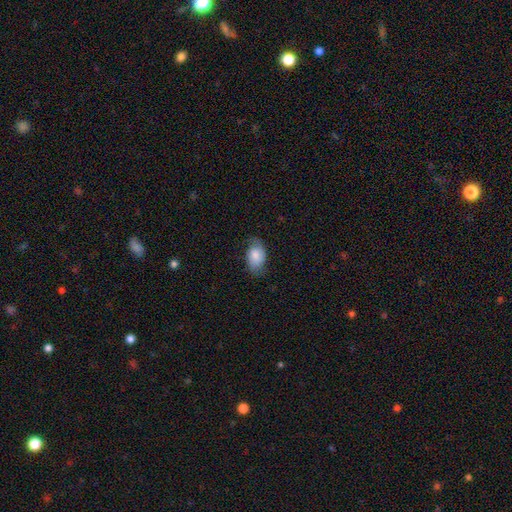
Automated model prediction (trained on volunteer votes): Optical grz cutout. It shows a smooth galaxy with no disk features (72%) that is in between round and cigar-shaped (87%). Merging: none (64%).